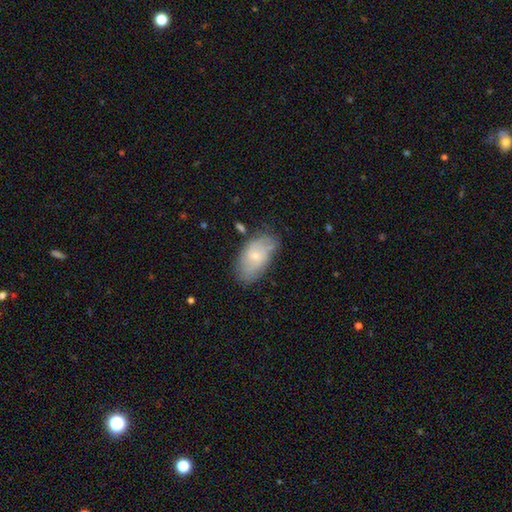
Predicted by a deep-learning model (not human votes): Morphology: type=featured or disk (48%); merging=none (66%).